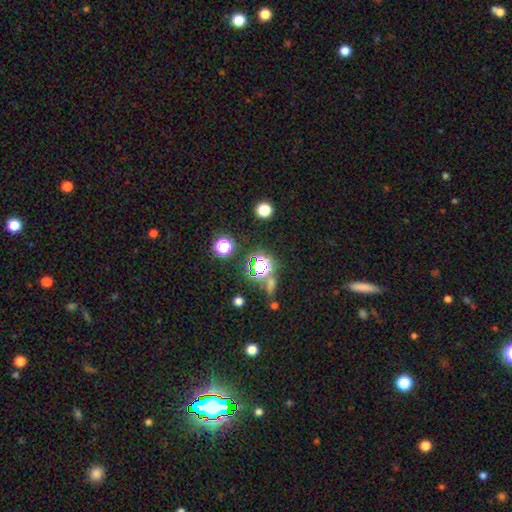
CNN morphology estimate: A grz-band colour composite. It shows a star or artifact, not a galaxy (62%).